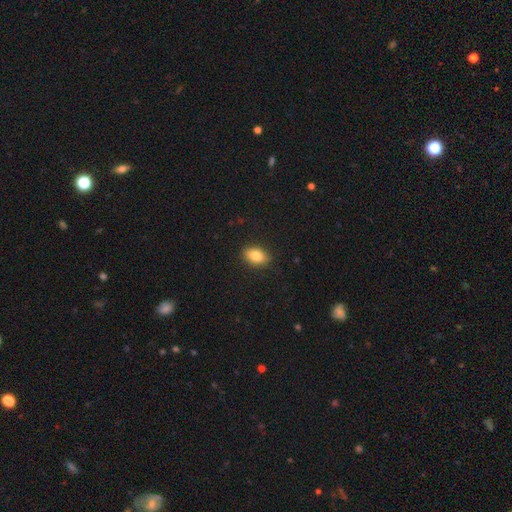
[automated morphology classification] smooth_or_featured: smooth (p=0.83) [alt: featured or disk p=0.09]
how_rounded: in between (p=0.86) [alt: round p=0.12]
merging: none (p=0.89) [alt: minor disturbance p=0.08]